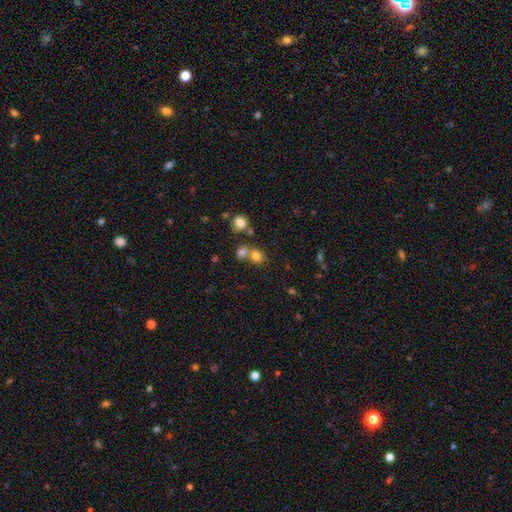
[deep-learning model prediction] This appears to be a smooth galaxy with no disk features (77%) that is round (73%). Merging: none (51%).